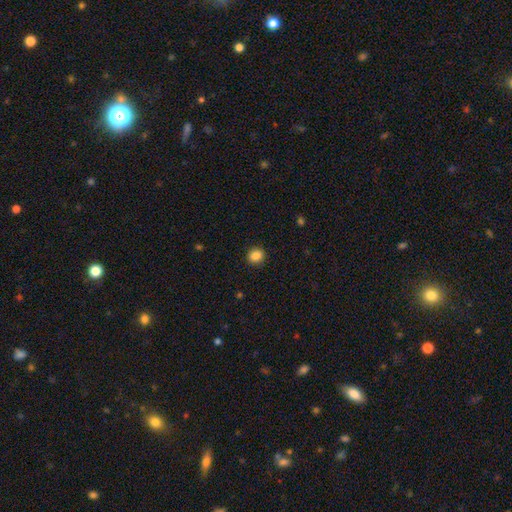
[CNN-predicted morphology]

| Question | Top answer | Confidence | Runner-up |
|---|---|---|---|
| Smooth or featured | smooth | 86% | star or artifact (10%) |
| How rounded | round | 77% | in between (22%) |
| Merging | none | 91% | minor disturbance (7%) |